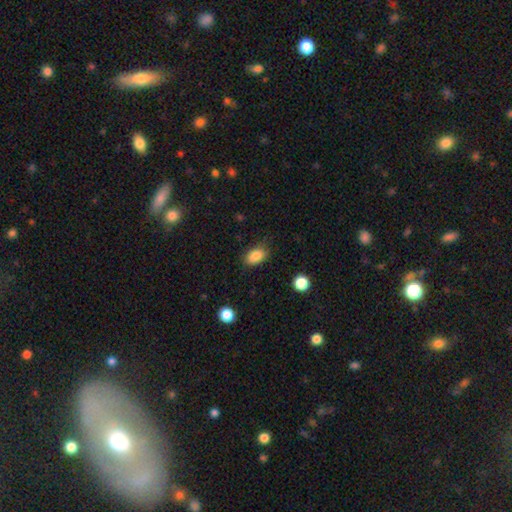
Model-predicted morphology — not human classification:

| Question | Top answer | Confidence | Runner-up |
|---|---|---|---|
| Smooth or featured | smooth | 86% | star or artifact (8%) |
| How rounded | in between | 87% | round (10%) |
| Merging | none | 77% | minor disturbance (17%) |